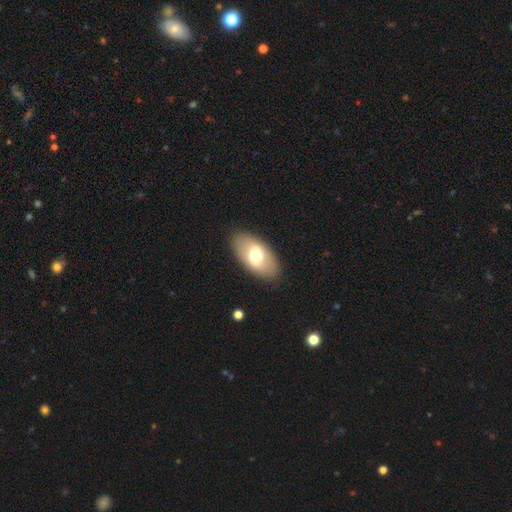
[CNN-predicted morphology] Q: Smooth or featured?
A: smooth (61%); runner-up: featured or disk (33%)
Q: How rounded?
A: in between (93%); runner-up: round (4%)
Q: Merging?
A: none (87%); runner-up: minor disturbance (9%)